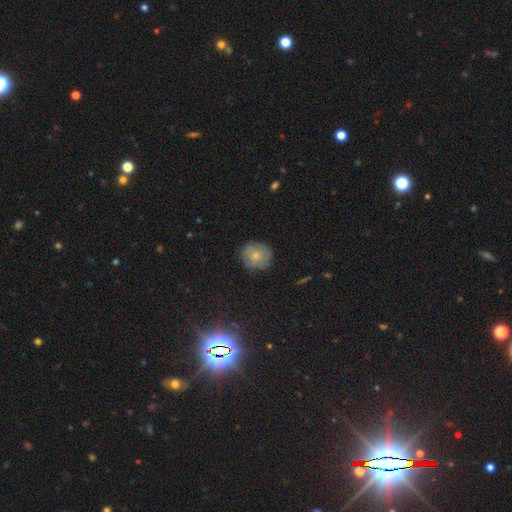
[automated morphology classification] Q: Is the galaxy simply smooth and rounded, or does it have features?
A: smooth — 73%.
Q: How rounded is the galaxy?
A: round — 82%.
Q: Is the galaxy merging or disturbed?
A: none — 80%.